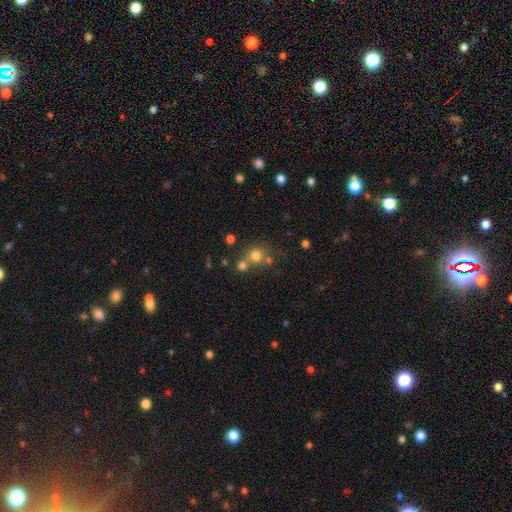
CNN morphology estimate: This appears to be a smooth galaxy with no disk features (72%) that is round (87%). Merging: none (54%).